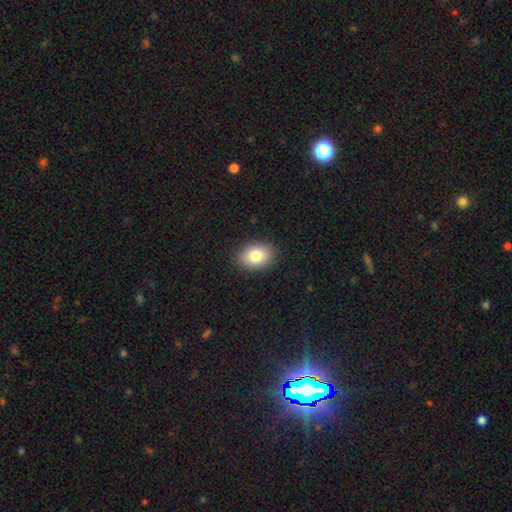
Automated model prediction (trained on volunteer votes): Morphology: type=smooth (82%); roundness=in between (74%); merging=none (88%).